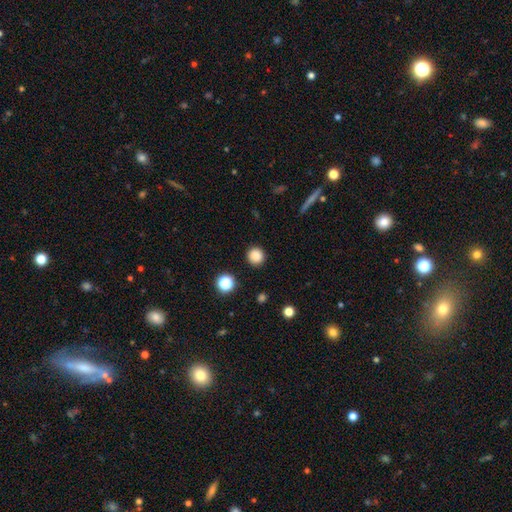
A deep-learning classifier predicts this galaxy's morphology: smooth-or-featured: smooth: 85% | star or artifact: 12% | featured or disk: 3%
  how-rounded: round: 94% | in between: 5% | cigar-shaped: 1%
  merging: none: 91% | minor disturbance: 5% | major disturbance: 2% | merger: 1%